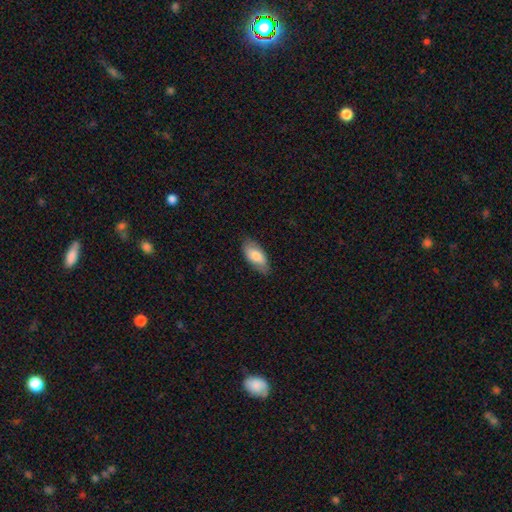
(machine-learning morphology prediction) smooth 74%, featured or disk 20%, star or artifact 6%. Down the decision tree: how rounded — in between (91%); merging — none (78%).